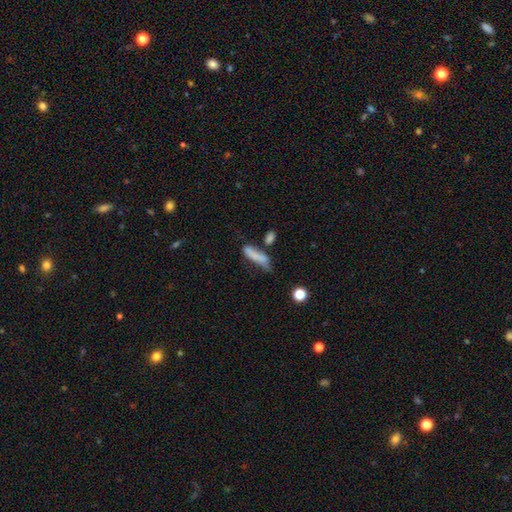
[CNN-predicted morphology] smooth-or-featured: smooth: 70% | featured or disk: 20% | star or artifact: 10%
  how-rounded: cigar-shaped: 63% | in between: 34% | round: 3%
  merging: none: 34% | minor disturbance: 27% | merger: 21% | major disturbance: 19%